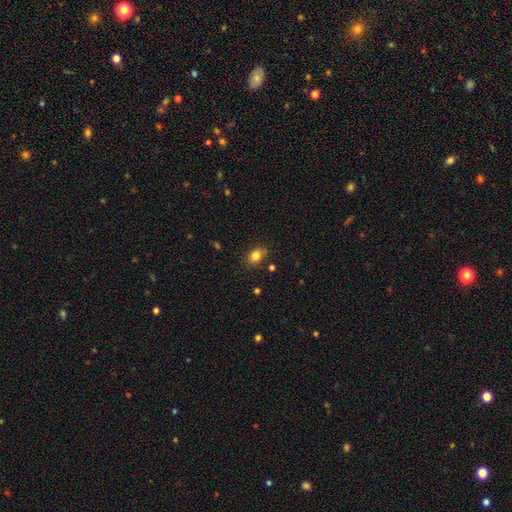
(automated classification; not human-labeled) Q: Smooth or featured?
A: smooth (82%); runner-up: star or artifact (11%)
Q: How rounded?
A: in between (64%); runner-up: round (35%)
Q: Merging?
A: none (82%); runner-up: minor disturbance (13%)